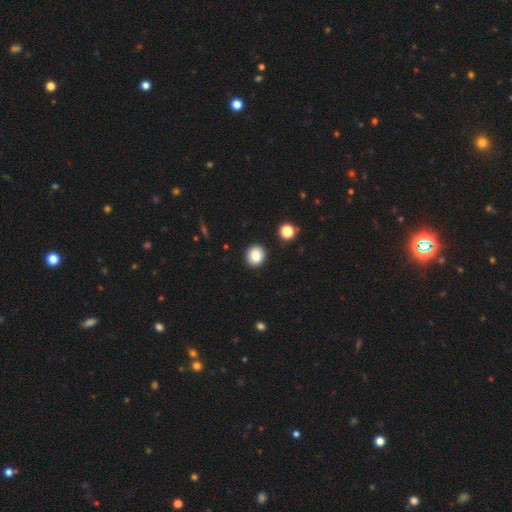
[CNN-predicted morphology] Smooth or featured? smooth (85%)
How rounded? round (78%)
Merging? none (90%)